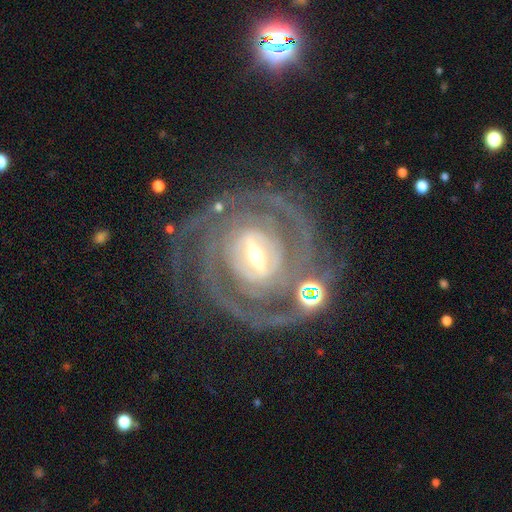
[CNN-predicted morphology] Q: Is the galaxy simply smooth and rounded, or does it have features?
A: featured or disk — 91%.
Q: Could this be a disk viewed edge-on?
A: no — 97%.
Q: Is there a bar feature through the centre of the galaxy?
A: strong — 57%.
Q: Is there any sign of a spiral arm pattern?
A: yes — 97%.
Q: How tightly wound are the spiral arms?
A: tight — 67%.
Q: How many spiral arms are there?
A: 2 — 38%.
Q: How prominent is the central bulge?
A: small — 46%.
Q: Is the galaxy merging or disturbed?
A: none — 67%.